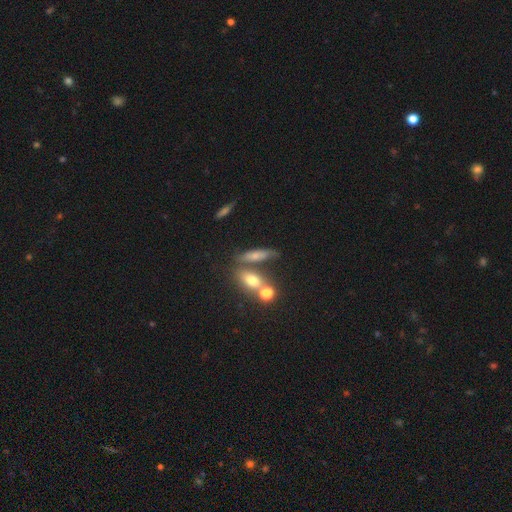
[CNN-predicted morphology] Smooth or featured?
  - smooth: 60% *
  - featured or disk: 26%
  - star or artifact: 14%
How rounded?
  - cigar-shaped: 43% * (tied)
  - in between: 43% * (tied)
  - round: 15%
Merging?
  - none: 52% *
  - merger: 26%
  - minor disturbance: 15%
  - major disturbance: 7%